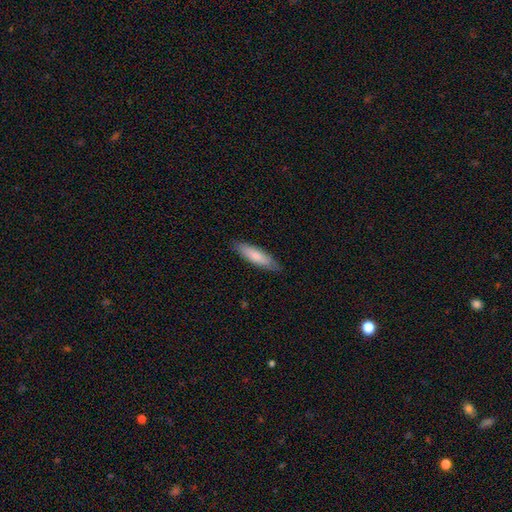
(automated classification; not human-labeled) This is likely a smooth galaxy (79%). How rounded: likely cigar-shaped (68%). Merging: clearly none (85%).